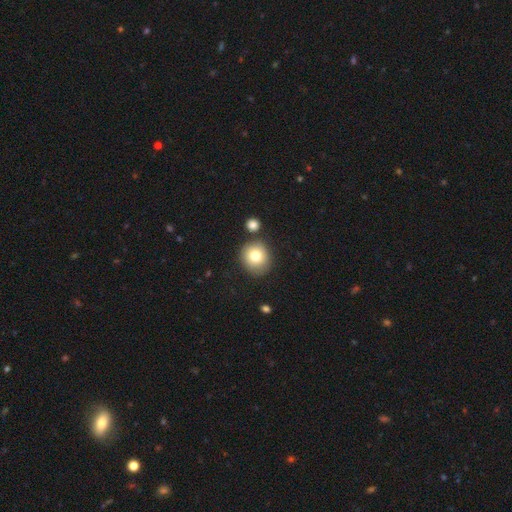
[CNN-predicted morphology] smooth-or-featured: smooth: 77% | featured or disk: 13% | star or artifact: 11%
  how-rounded: round: 89% | in between: 10% | cigar-shaped: 1%
  merging: none: 79% | minor disturbance: 10% | merger: 8% | major disturbance: 3%